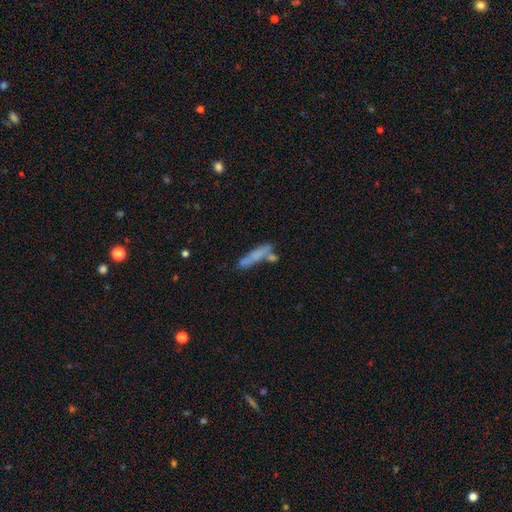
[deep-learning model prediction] Q: Smooth or featured?
A: smooth (60%); runner-up: featured or disk (30%)
Q: How rounded?
A: cigar-shaped (84%); runner-up: in between (13%)
Q: Merging?
A: none (54%); runner-up: merger (20%)